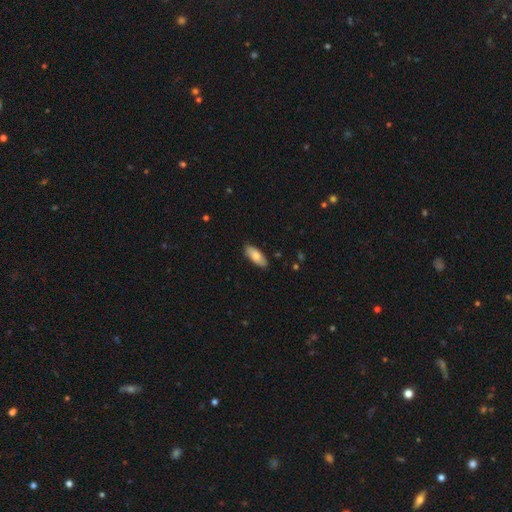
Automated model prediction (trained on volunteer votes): Smooth or featured? Predicted: smooth (p=0.77). How rounded? Predicted: in between (p=0.79). Merging? Predicted: none (p=0.87).